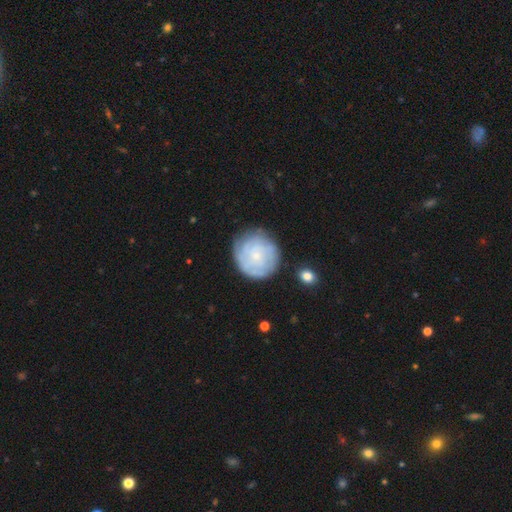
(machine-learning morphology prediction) type=featured or disk (55%); edge-on=no (97%); bar=no (82%); spiral arms=yes (74%); bulge=small (79%); merging=none (73%).